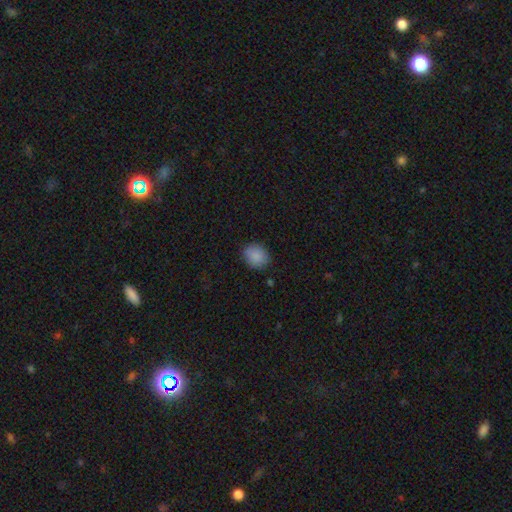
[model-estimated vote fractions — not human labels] smooth_or_featured: smooth (p=0.88) [alt: star or artifact p=0.08]
how_rounded: round (p=0.63) [alt: in between p=0.36]
merging: none (p=0.84) [alt: minor disturbance p=0.12]